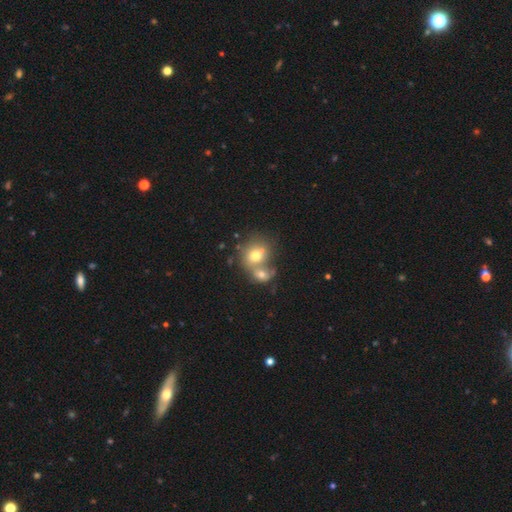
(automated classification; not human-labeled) The model was most divided on "merging": merger: 62%, none: 25%, minor disturbance: 7%, major disturbance: 5%. More confident: how rounded — round (70%); smooth or featured — smooth (68%).